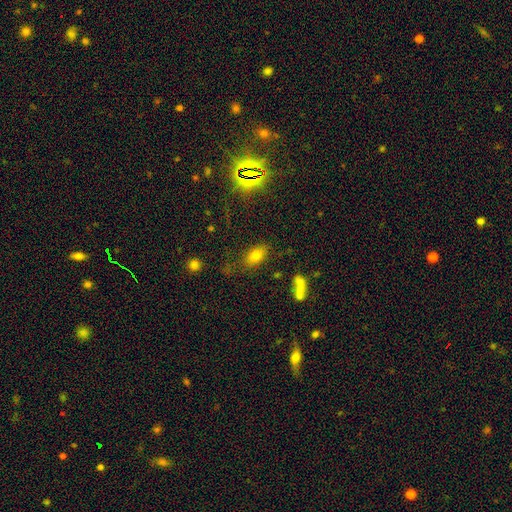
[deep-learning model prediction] This is likely a smooth galaxy (74%). How rounded: clearly in between (87%). Merging: likely none (78%).